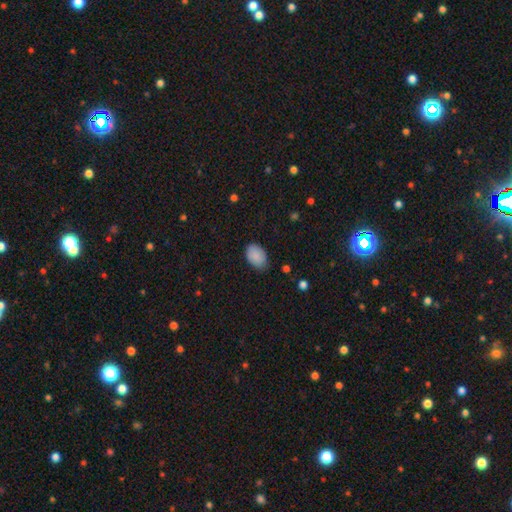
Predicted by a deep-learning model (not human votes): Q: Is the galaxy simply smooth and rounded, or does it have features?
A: smooth — 88%.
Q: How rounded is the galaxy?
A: in between — 88%.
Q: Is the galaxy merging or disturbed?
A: none — 75%.